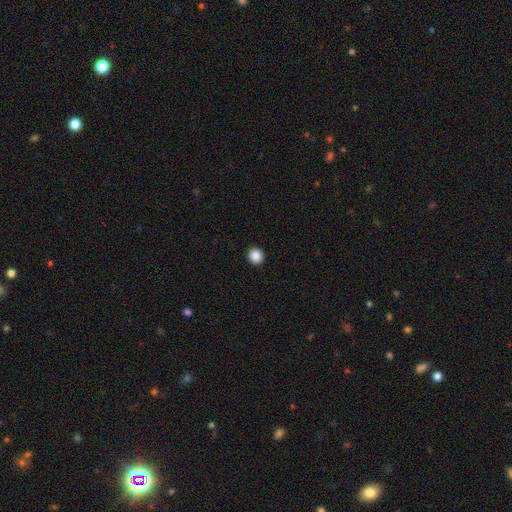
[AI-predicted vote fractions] Morphology: type=smooth (88%); roundness=round (87%); merging=none (93%).